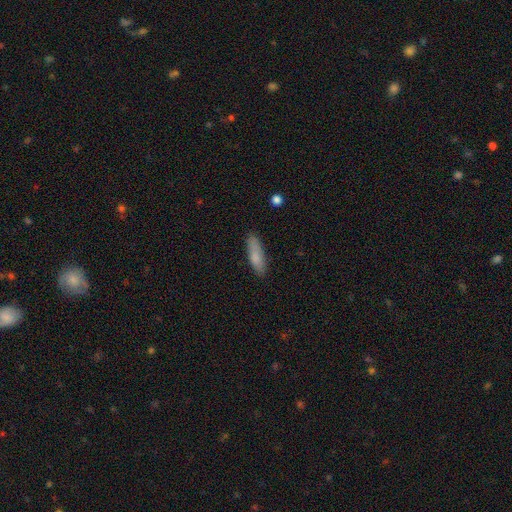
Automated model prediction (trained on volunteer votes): Q: Smooth or featured?
A: smooth (81%); runner-up: featured or disk (13%)
Q: How rounded?
A: cigar-shaped (61%); runner-up: in between (37%)
Q: Merging?
A: none (82%); runner-up: minor disturbance (13%)